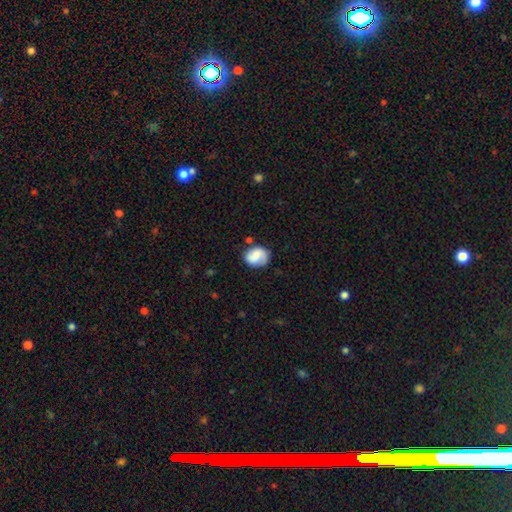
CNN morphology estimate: type=smooth (63%); roundness=round (57%); merging=none (65%).